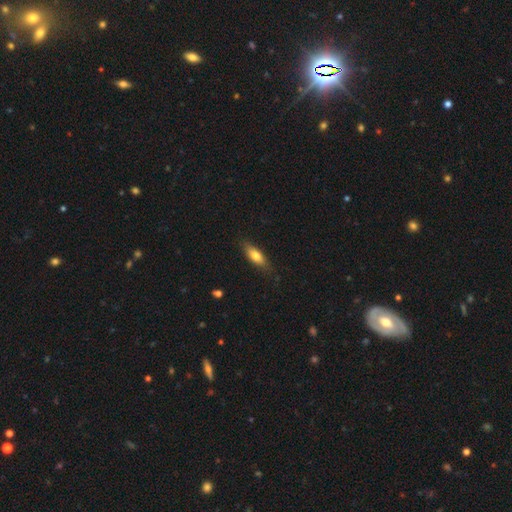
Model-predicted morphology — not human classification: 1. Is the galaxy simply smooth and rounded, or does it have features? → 73% smooth, 20% featured or disk, 7% star or artifact.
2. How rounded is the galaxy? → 64% in between, 33% cigar-shaped, 3% round.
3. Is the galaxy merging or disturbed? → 81% none, 15% minor disturbance, 3% major disturbance, 1% merger.